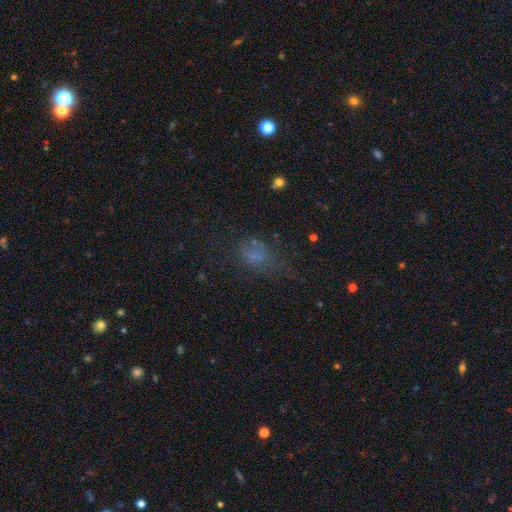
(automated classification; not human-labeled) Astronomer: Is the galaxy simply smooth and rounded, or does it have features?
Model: smooth — 52% (runner-up: star or artifact, 28%).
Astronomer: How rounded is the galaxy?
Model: in between — 70%.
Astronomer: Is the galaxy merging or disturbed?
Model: none — 45% (runner-up: major disturbance, 27%).